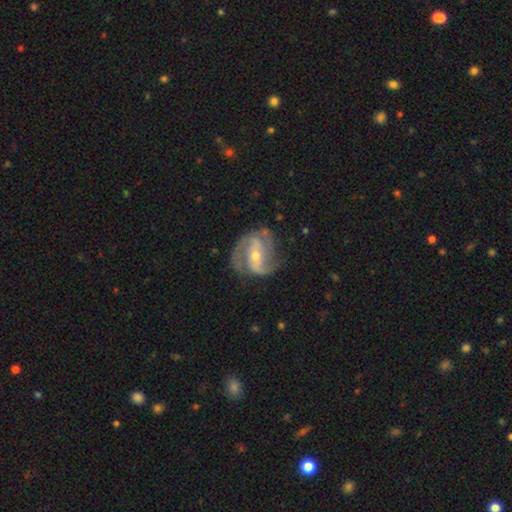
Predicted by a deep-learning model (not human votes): smooth_or_featured: featured or disk (p=0.88) [alt: smooth p=0.07]
disk_edge_on: no (p=0.97) [alt: yes p=0.03]
bar: strong (p=0.45) [alt: weak p=0.33]
has_spiral_arms: yes (p=0.96) [alt: no p=0.04]
spiral_winding: medium (p=0.51) [alt: loose p=0.26]
spiral_arm_count: 2 (p=0.74) [alt: 3 p=0.13]
bulge_size: small (p=0.56) [alt: moderate p=0.41]
merging: none (p=0.70) [alt: minor disturbance p=0.19]